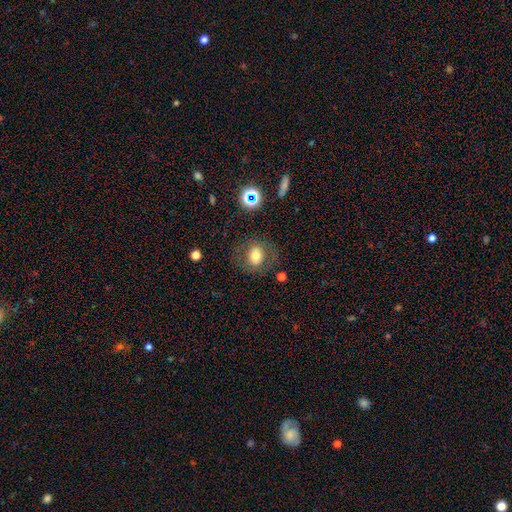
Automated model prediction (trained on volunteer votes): Smooth or featured? Predicted: smooth (p=0.65). How rounded? Predicted: round (p=0.58). Merging? Predicted: none (p=0.75).